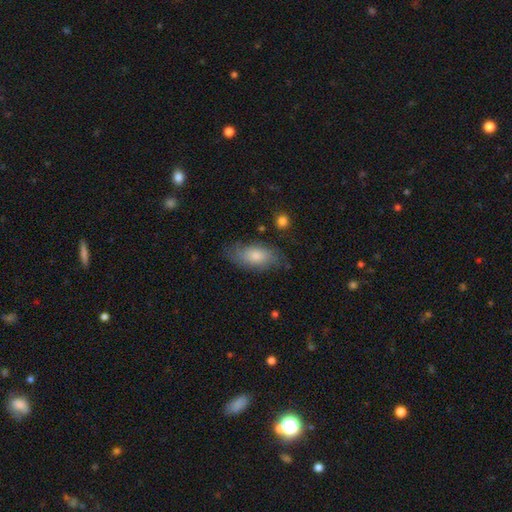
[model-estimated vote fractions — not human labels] This appears to be a smooth galaxy with no disk features (58%) that is in between round and cigar-shaped (88%). Merging: none (65%).